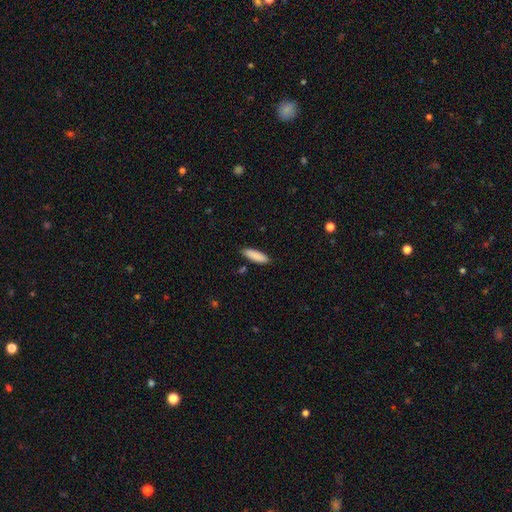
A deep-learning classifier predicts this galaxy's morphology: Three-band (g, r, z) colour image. It shows a smooth galaxy with no disk features (88%) that is cigar-shaped (59%). Merging: none (87%).